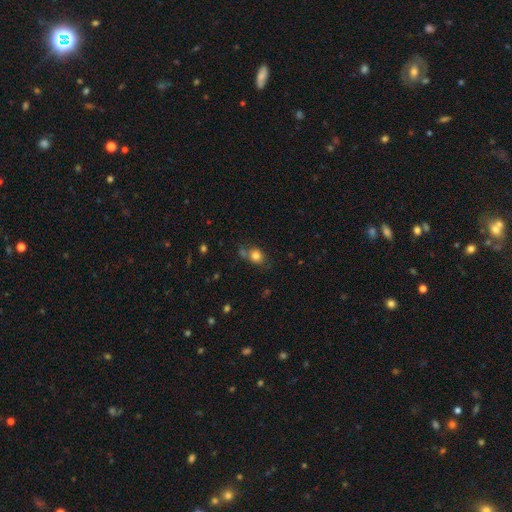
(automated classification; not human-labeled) This is likely a smooth galaxy (80%). How rounded: likely round (64%). Merging: likely none (60%).